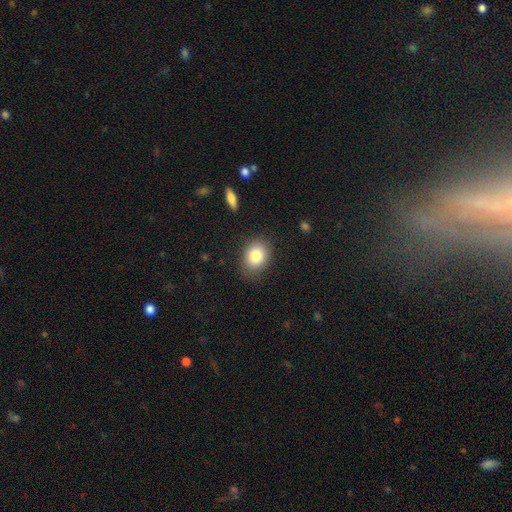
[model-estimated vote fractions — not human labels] Overall: smooth (83%). How rounded: in between (56%; round 43%). Merging: none (82%).